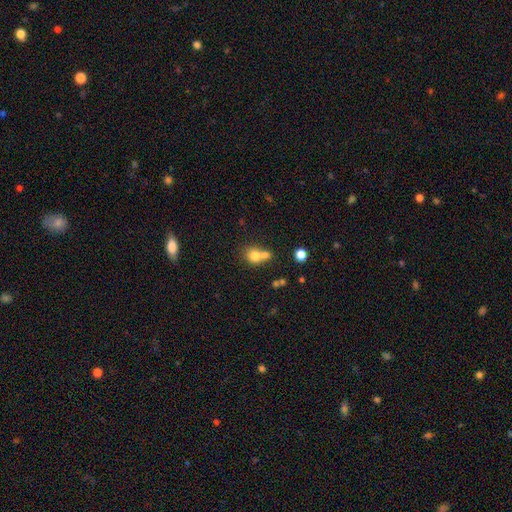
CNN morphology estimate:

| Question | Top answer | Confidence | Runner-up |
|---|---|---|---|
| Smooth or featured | smooth | 75% | featured or disk (13%) |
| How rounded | round | 74% | in between (25%) |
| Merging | merger | 54% | none (35%) |